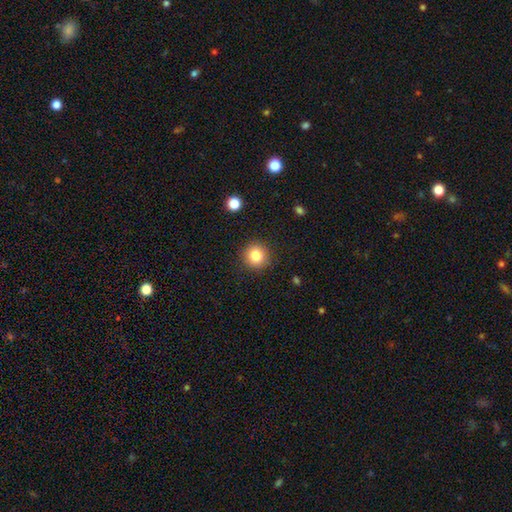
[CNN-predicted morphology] Smooth or featured: smooth — 84% (star or artifact — 10%)
How rounded: round — 93% (in between — 6%)
Merging: none — 90% (minor disturbance — 7%)